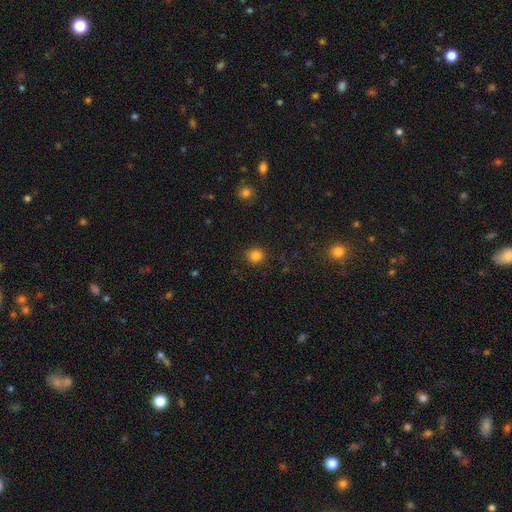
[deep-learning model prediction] smooth_or_featured: smooth (p=0.84) [alt: star or artifact p=0.12]
how_rounded: round (p=0.91) [alt: in between p=0.08]
merging: none (p=0.90) [alt: minor disturbance p=0.07]